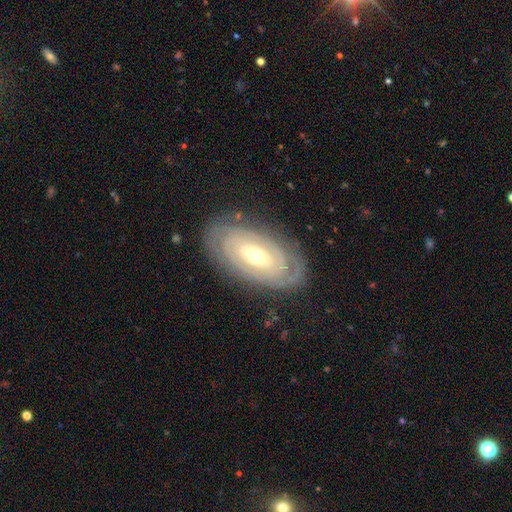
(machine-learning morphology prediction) smooth-or-featured: featured or disk: 78% | smooth: 17% | star or artifact: 6%
  disk-edge-on: no: 93% | yes: 7%
    bar: no: 58% | weak: 27% | strong: 15%
    has-spiral-arms: yes: 79% | no: 21%
      spiral-winding: tight: 84% | medium: 12% | loose: 4%
      spiral-arm-count: can't tell: 48% | 2: 28% | 3: 9% | 4: 5% | 1: 5% | more than 4: 4%
    bulge-size: moderate: 54% | small: 40% | large: 4% | dominant: 1% | none: 1%
  merging: none: 82% | minor disturbance: 12% | major disturbance: 4% | merger: 1%